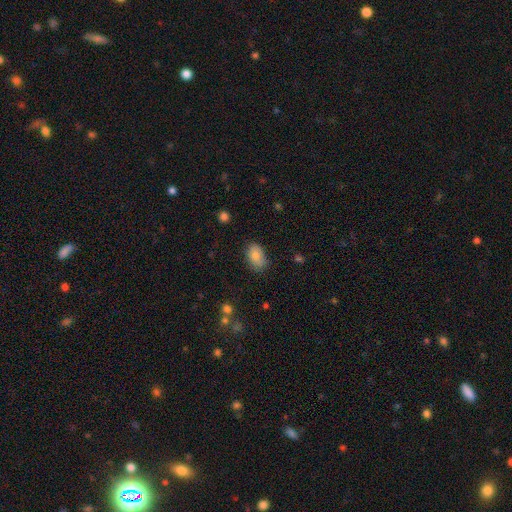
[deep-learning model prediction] Overall: smooth (79%). How rounded: in between (87%). Merging: none (72%).